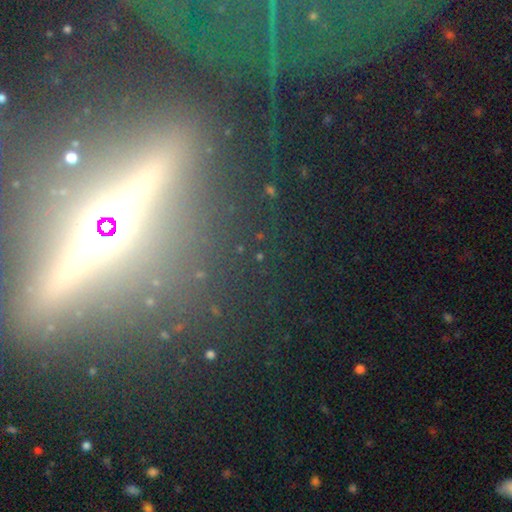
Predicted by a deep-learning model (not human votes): Smooth or featured? Predicted: featured or disk (p=0.45). Merging? Predicted: none (p=0.85).